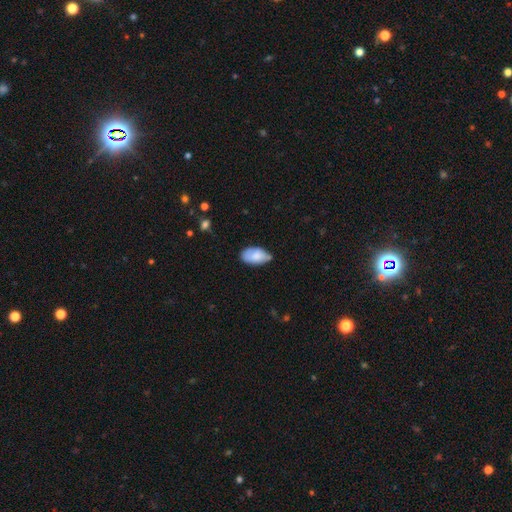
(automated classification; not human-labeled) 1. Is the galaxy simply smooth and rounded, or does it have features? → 76% smooth, 17% featured or disk, 7% star or artifact.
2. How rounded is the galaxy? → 94% in between, 4% round, 2% cigar-shaped.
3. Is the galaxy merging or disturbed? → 55% none, 35% minor disturbance, 6% major disturbance, 3% merger.